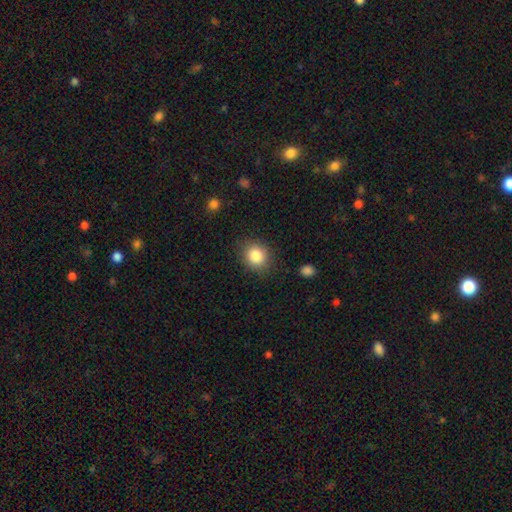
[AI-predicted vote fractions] A smooth galaxy with no disk features (84%) that is round (69%).

Vote fractions:
- Smooth or featured? smooth: 84% / star or artifact: 9% / featured or disk: 6%
- How rounded? round: 69% / in between: 30% / cigar-shaped: 1%
- Merging? none: 85% / minor disturbance: 11% / major disturbance: 3% / merger: 1%